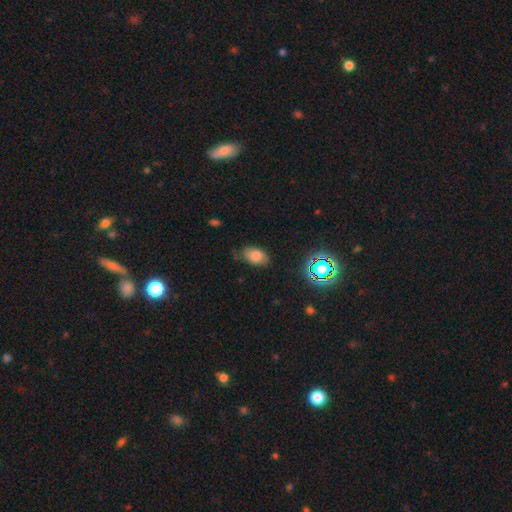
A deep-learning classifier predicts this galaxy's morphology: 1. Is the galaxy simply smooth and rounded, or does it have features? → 76% smooth, 12% star or artifact, 12% featured or disk.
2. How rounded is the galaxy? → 88% in between, 11% round, 2% cigar-shaped.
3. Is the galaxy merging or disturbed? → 65% none, 27% minor disturbance, 6% major disturbance, 2% merger.